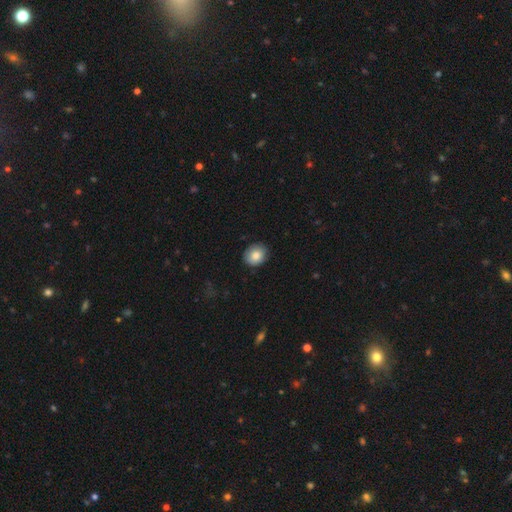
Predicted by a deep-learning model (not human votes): Smooth or featured: smooth — 85% (star or artifact — 8%)
How rounded: round — 67% (in between — 32%)
Merging: none — 86% (minor disturbance — 11%)